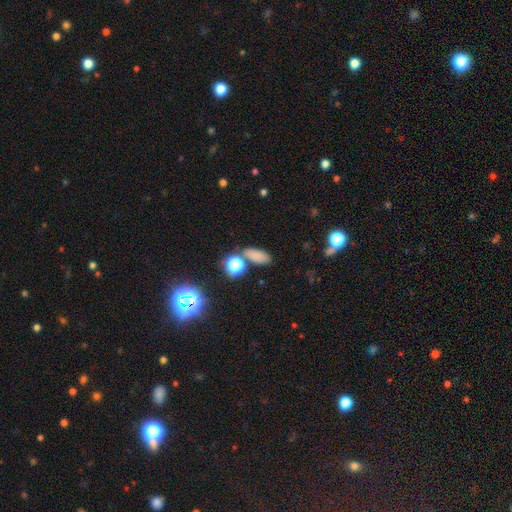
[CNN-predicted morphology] This appears to be a smooth galaxy with no disk features (73%) that is in between round and cigar-shaped (76%). Merging: none (74%).